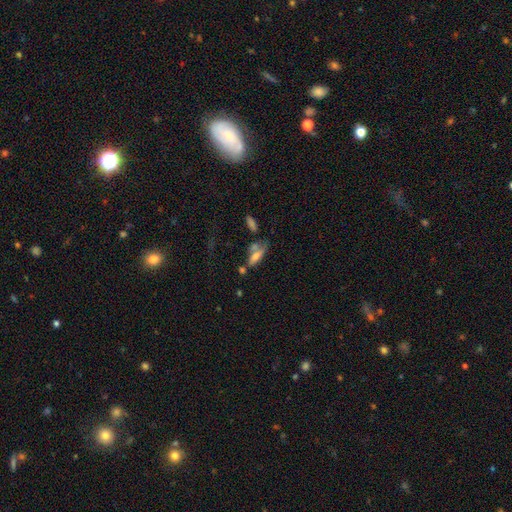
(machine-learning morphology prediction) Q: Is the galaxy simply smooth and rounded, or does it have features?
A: smooth — 64%.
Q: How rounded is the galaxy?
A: in between — 66%.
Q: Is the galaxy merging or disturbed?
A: merger — 32%.